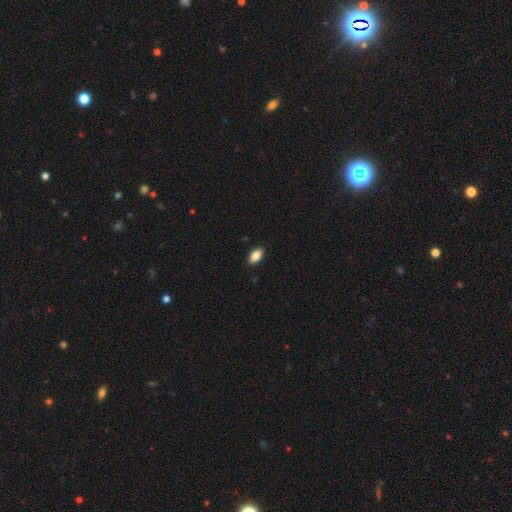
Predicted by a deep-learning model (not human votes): smooth 85%, featured or disk 8%, star or artifact 7%. Down the decision tree: how rounded — in between (92%); merging — none (89%).